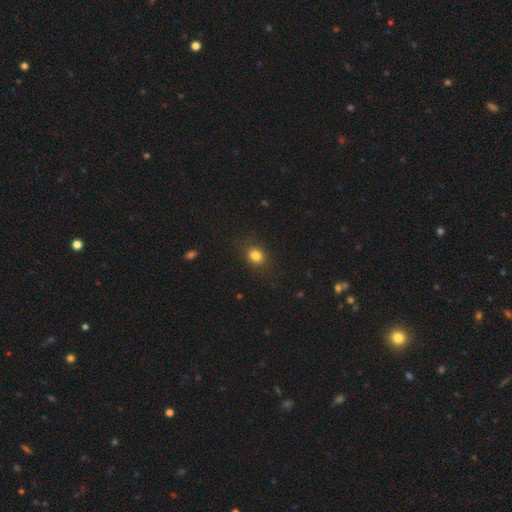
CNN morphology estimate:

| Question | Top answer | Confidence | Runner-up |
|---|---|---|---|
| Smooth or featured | smooth | 82% | star or artifact (12%) |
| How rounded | round | 64% | in between (35%) |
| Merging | none | 82% | minor disturbance (12%) |